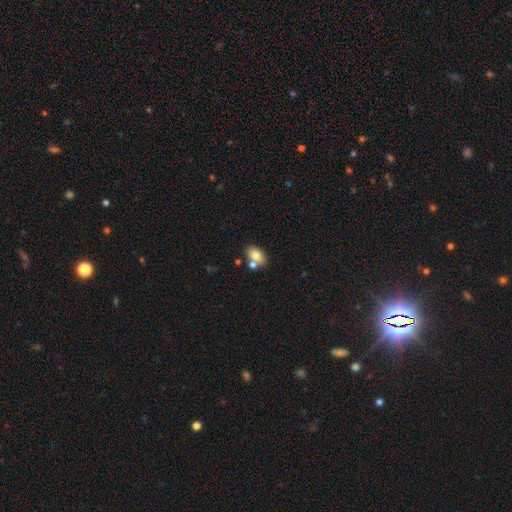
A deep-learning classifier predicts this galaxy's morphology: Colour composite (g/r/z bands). It shows a smooth galaxy with no disk features (78%) that is in between round and cigar-shaped (84%). Merging: none (58%).